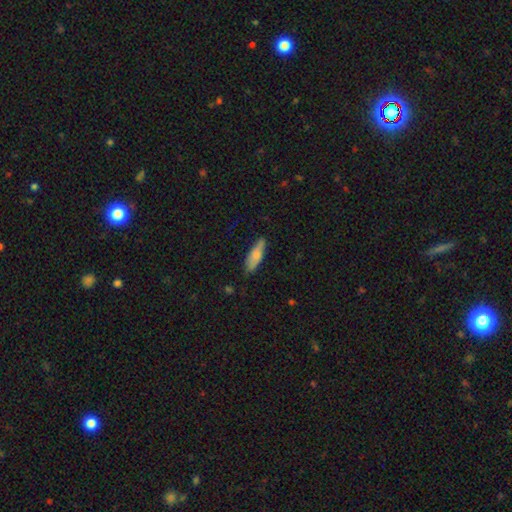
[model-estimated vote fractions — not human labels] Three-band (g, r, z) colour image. It shows a smooth galaxy with no disk features (72%) that is cigar-shaped (50%). Merging: none (76%).